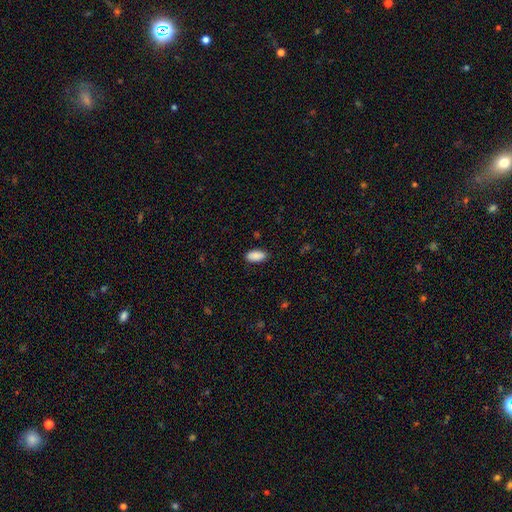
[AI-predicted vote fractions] Smooth or featured: smooth — 89% (star or artifact — 7%)
How rounded: in between — 94% (cigar-shaped — 4%)
Merging: none — 85% (minor disturbance — 12%)